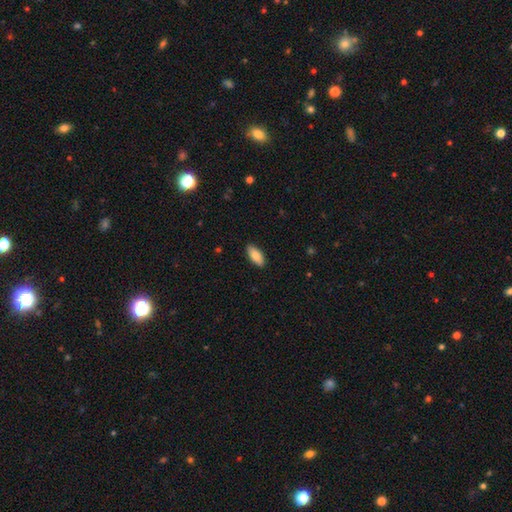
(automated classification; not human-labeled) Morphology: type=smooth (83%); roundness=in between (87%); merging=none (89%).